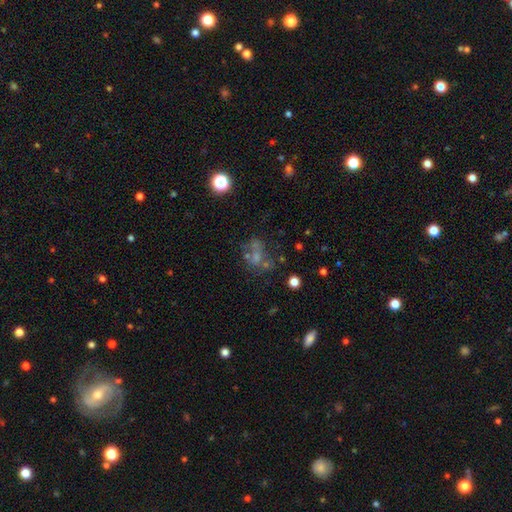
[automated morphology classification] Q: Smooth or featured?
A: smooth (42%); runner-up: featured or disk (32%)
Q: Merging?
A: none (38%); runner-up: merger (30%)